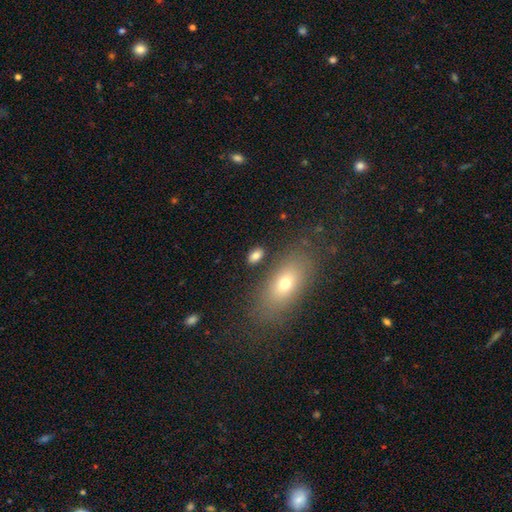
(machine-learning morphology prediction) Smooth or featured: smooth — 80% (star or artifact — 10%)
How rounded: in between — 88% (round — 8%)
Merging: none — 80% (minor disturbance — 10%)